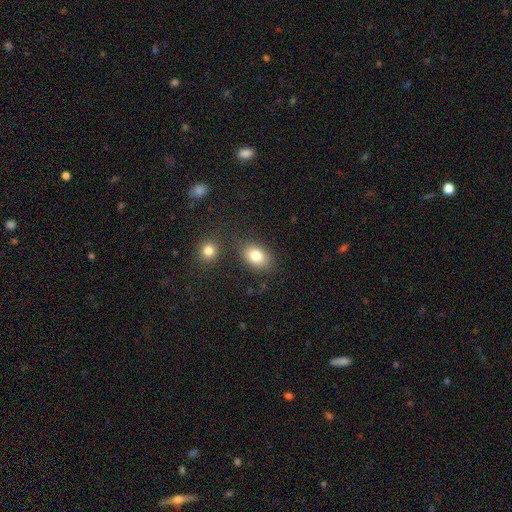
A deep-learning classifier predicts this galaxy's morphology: Smooth or featured: smooth — 82% (featured or disk — 9%)
How rounded: in between — 81% (round — 17%)
Merging: none — 78% (minor disturbance — 11%)